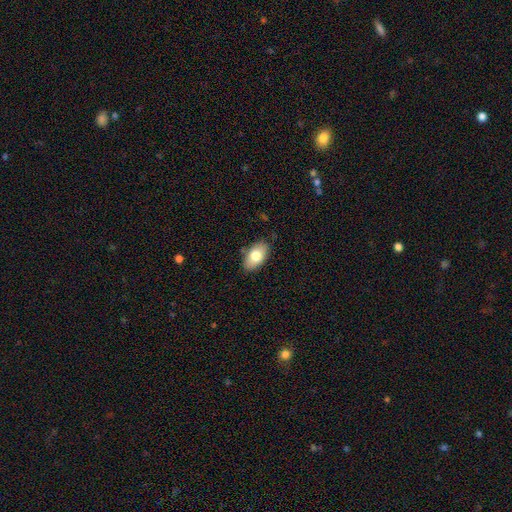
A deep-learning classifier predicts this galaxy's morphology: smooth 77%, featured or disk 16%, star or artifact 7%. Down the decision tree: how rounded — in between (93%); merging — none (82%).